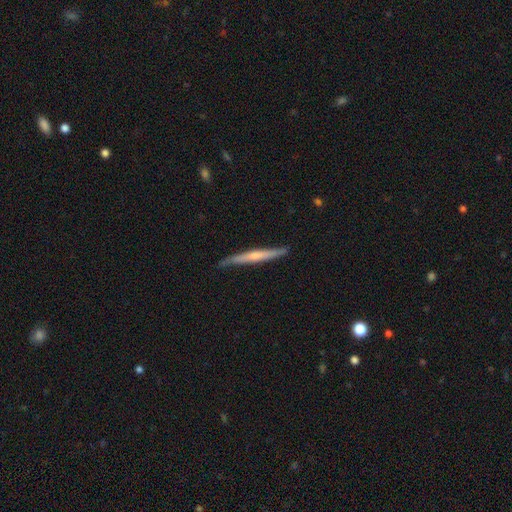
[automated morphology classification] Overall: featured or disk (54%; smooth 40%). Edge-on disk: yes (96%). Edge-on bulge: rounded (46%; none 45%). Merging: none (84%).